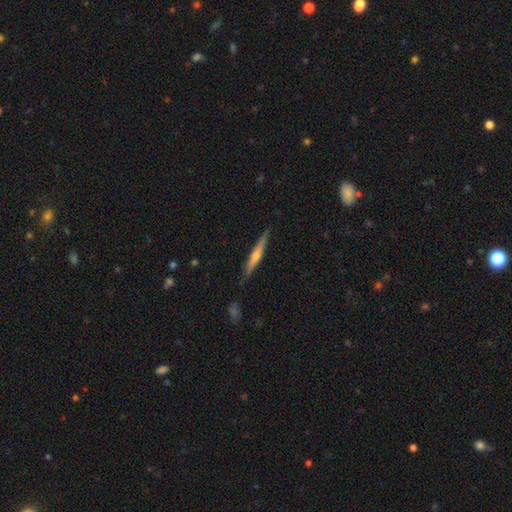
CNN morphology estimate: type=featured or disk (63%); edge-on=yes (97%); edge-on bulge=rounded (72%); merging=none (89%).